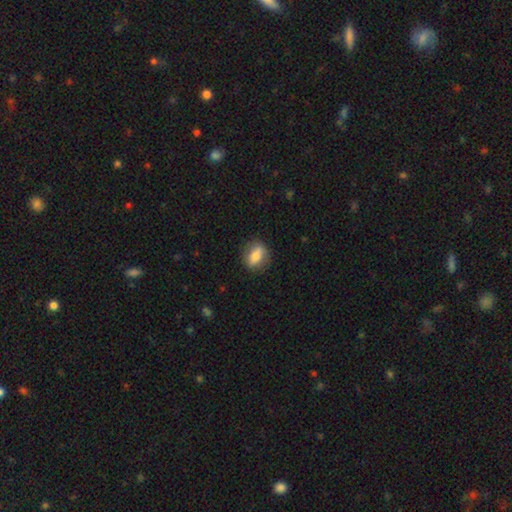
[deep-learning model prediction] smooth-or-featured: smooth: 71% | featured or disk: 22% | star or artifact: 7%
  how-rounded: in between: 63% | round: 32% | cigar-shaped: 5%
  merging: none: 82% | minor disturbance: 13% | major disturbance: 4% | merger: 1%